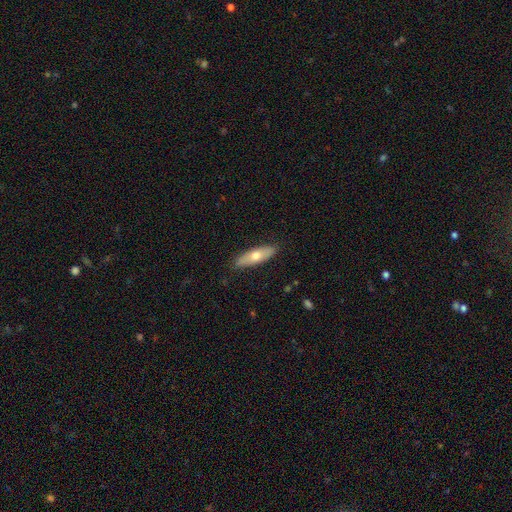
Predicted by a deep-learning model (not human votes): A smooth galaxy with no disk features (61%) that is cigar-shaped (51%). Merging: none (87%).